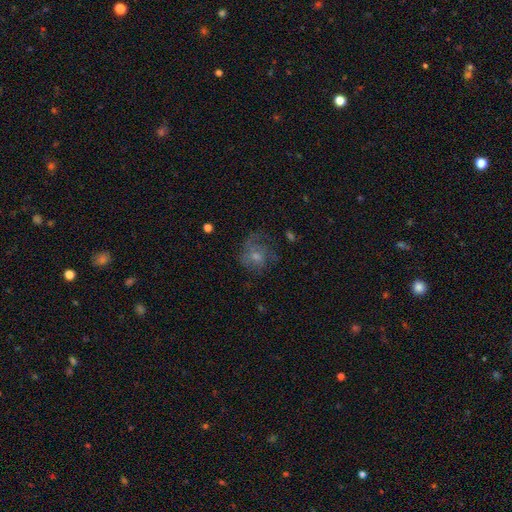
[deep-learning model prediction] Overall: smooth (49%; featured or disk 40%). Merging: none (45%; major disturbance 29%).